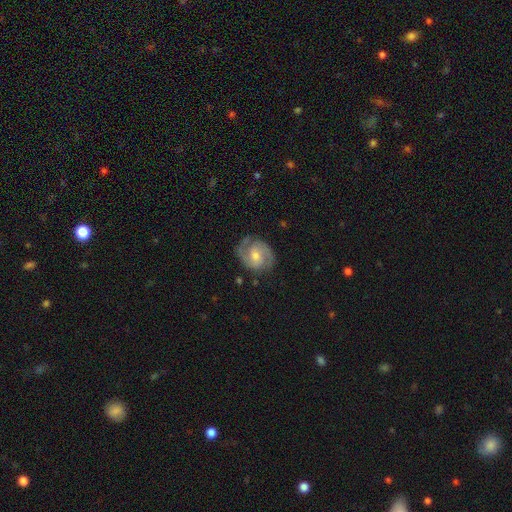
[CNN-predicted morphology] Smooth or featured? Predicted: featured or disk (p=0.84). Edge-on disk? Predicted: no (p=0.98). Bar? Predicted: no (p=0.48). Spiral arms? Predicted: yes (p=0.96). Spiral winding? Predicted: medium (p=0.47). Spiral arm count? Predicted: 2 (p=0.89). Bulge size? Predicted: moderate (p=0.54). Merging? Predicted: none (p=0.80).